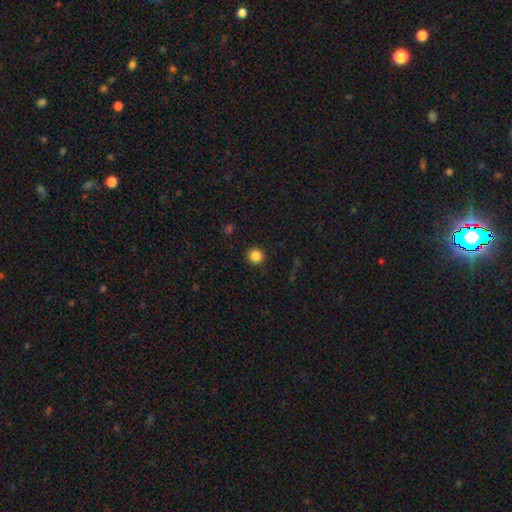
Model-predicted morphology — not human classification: smooth-or-featured: smooth: 85% | star or artifact: 11% | featured or disk: 4%
  how-rounded: round: 95% | in between: 4% | cigar-shaped: 1%
  merging: none: 92% | minor disturbance: 5% | major disturbance: 2% | merger: 1%